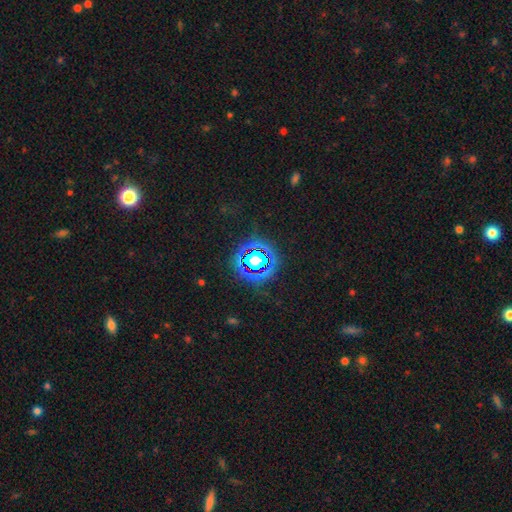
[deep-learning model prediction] The model was most divided on "smooth or featured": star or artifact: 79%, smooth: 14%, featured or disk: 8%.